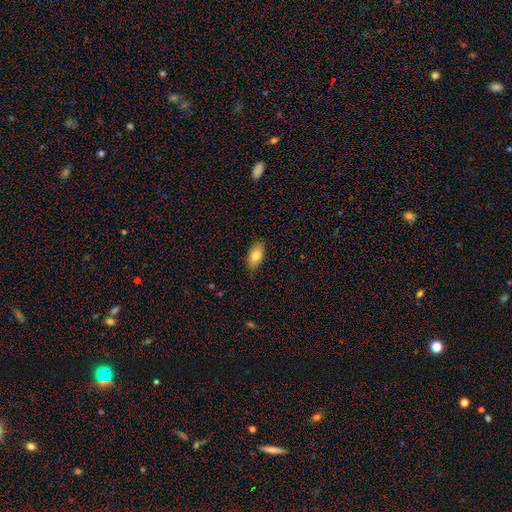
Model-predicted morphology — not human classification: smooth_or_featured: smooth (p=0.78) [alt: featured or disk p=0.15]
how_rounded: in between (p=0.91) [alt: cigar-shaped p=0.05]
merging: none (p=0.82) [alt: minor disturbance p=0.14]